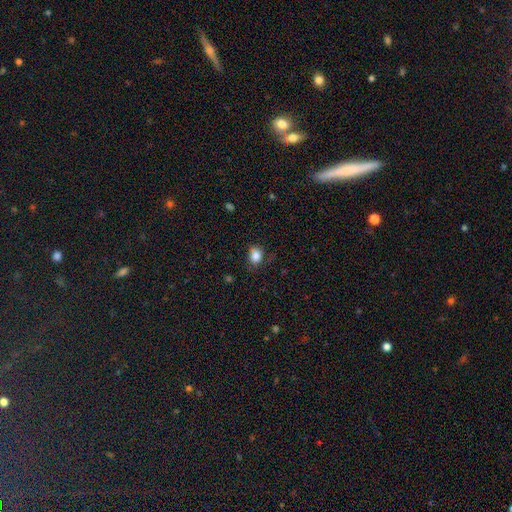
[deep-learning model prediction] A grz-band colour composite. It shows a smooth galaxy with no disk features (84%) that is in between round and cigar-shaped (53%). Merging: none (68%).